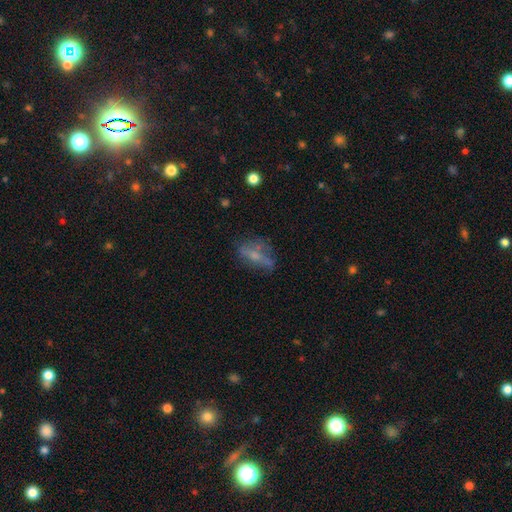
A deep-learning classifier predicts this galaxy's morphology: smooth-or-featured: smooth: 44% | featured or disk: 43% | star or artifact: 13%
  merging: none: 50% | minor disturbance: 24% | major disturbance: 22% | merger: 4%